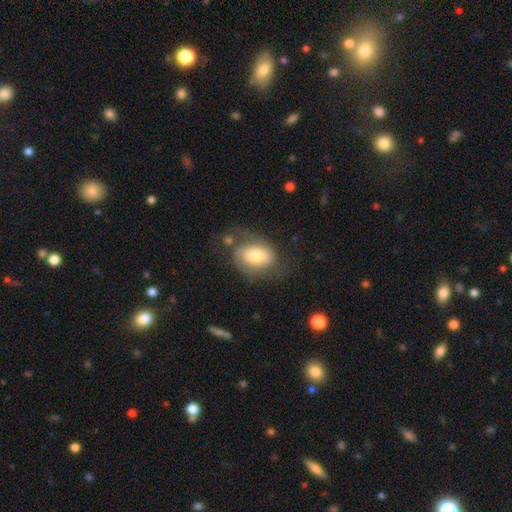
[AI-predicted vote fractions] Morphology: type=smooth (47%); merging=none (51%).